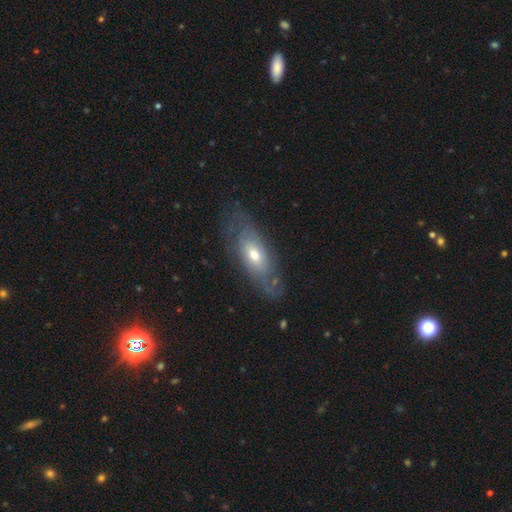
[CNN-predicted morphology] smooth-or-featured: featured or disk: 61% | smooth: 31% | star or artifact: 8%
  disk-edge-on: no: 78% | yes: 22%
  merging: none: 74% | minor disturbance: 18% | major disturbance: 7% | merger: 2%